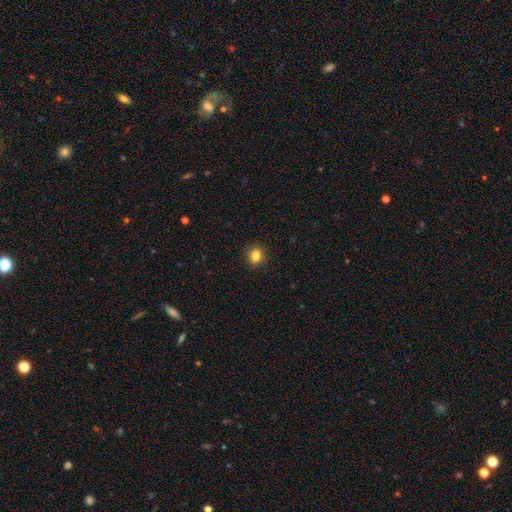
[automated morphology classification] type=smooth (85%); roundness=round (59%); merging=none (90%).